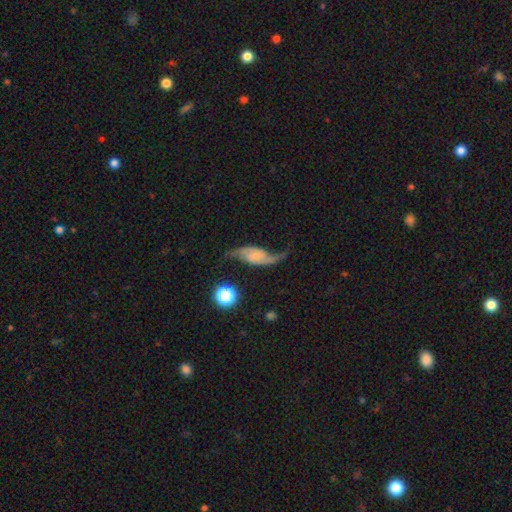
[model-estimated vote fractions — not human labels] This is clearly a featured or disk galaxy (86%). It is clearly not viewed edge-on (95%). Bar: possibly no (60%). Spiral arm pattern: clearly yes (97%). Spiral arm count: clearly 2 (94%). Spiral winding: clearly loose (85%). Central bulge: marginally none (40%). Merging: likely none (71%).